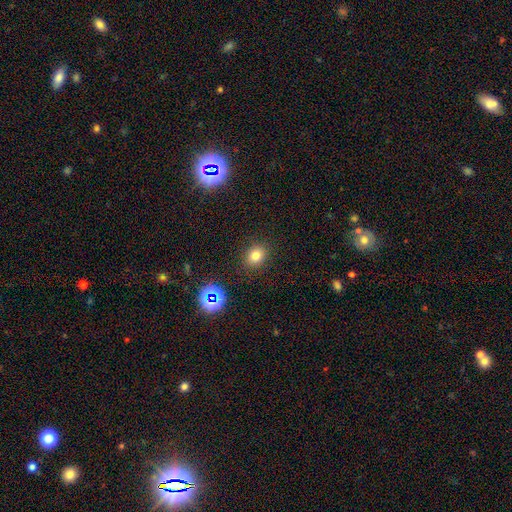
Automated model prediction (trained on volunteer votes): Smooth or featured? Predicted: smooth (p=0.76). How rounded? Predicted: round (p=0.60). Merging? Predicted: none (p=0.88).